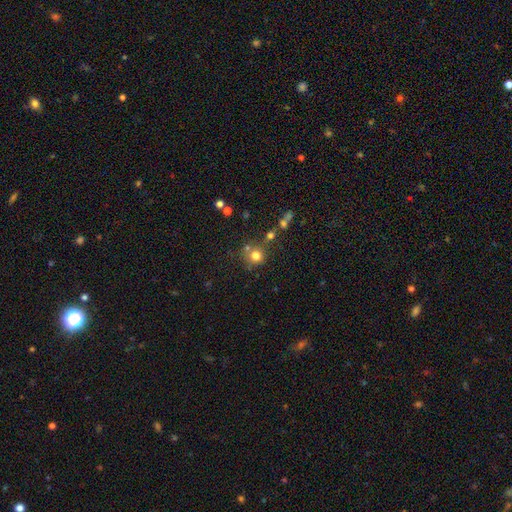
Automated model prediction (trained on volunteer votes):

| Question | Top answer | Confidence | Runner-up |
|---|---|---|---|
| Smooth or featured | smooth | 74% | star or artifact (16%) |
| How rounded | round | 89% | in between (10%) |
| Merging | none | 62% | merger (20%) |